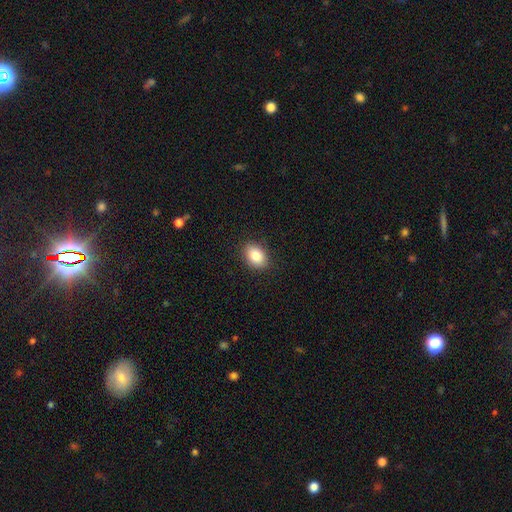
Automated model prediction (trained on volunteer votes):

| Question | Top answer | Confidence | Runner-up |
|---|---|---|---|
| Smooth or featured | smooth | 85% | star or artifact (8%) |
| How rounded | in between | 81% | round (18%) |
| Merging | none | 88% | minor disturbance (9%) |